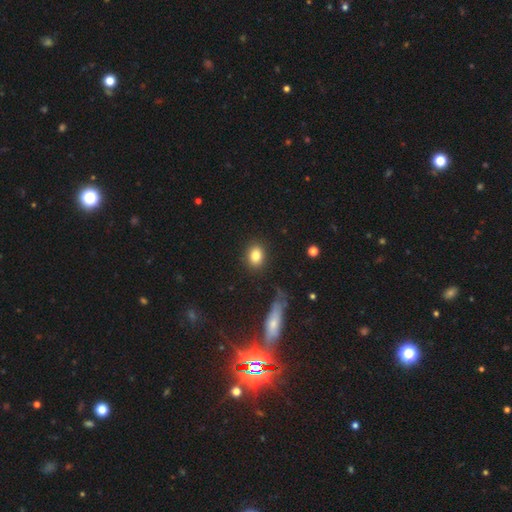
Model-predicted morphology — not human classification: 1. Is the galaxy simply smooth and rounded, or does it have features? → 83% smooth, 9% star or artifact, 7% featured or disk.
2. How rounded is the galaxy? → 51% in between, 47% round, 2% cigar-shaped.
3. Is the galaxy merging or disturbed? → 88% none, 8% minor disturbance, 3% major disturbance, 2% merger.